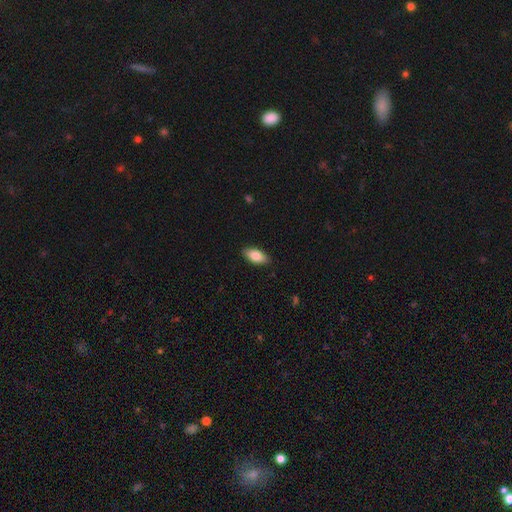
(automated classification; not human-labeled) Smooth or featured? Predicted: smooth (p=0.84). How rounded? Predicted: in between (p=0.90). Merging? Predicted: none (p=0.88).